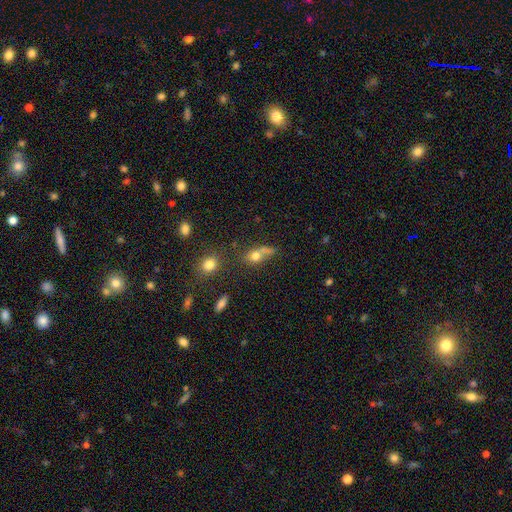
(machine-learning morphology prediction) smooth 70%, featured or disk 16%, star or artifact 14%. Down the decision tree: how rounded — in between (47%); merging — merger (39%).